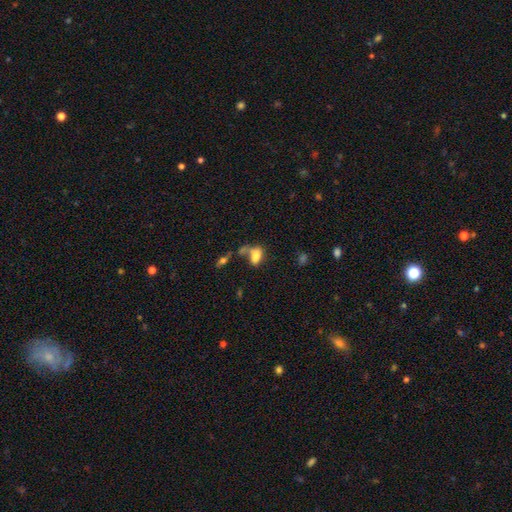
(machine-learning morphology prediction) The model was most divided on "merging": merger: 37%, none: 32%, major disturbance: 16%, minor disturbance: 15%. More confident: how rounded — in between (87%); smooth or featured — smooth (72%).